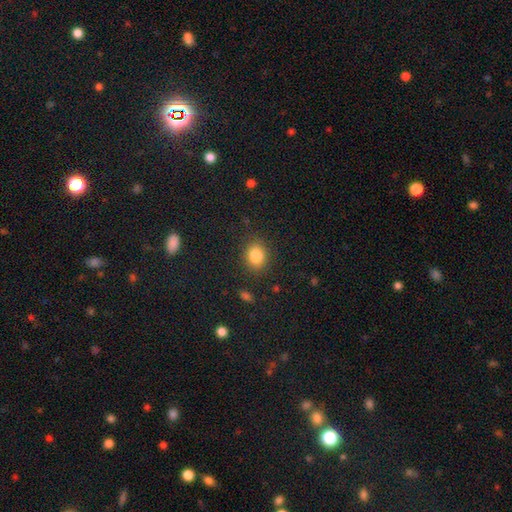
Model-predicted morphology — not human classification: Smooth or featured? Predicted: smooth (p=0.84). How rounded? Predicted: round (p=0.62). Merging? Predicted: none (p=0.86).